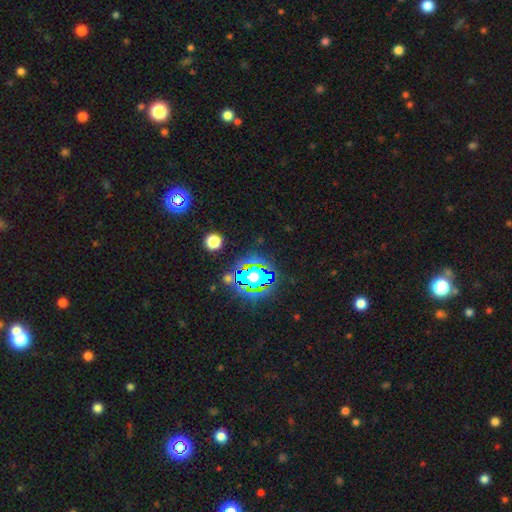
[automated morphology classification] The model was most divided on "smooth or featured": star or artifact: 81%, smooth: 12%, featured or disk: 8%.